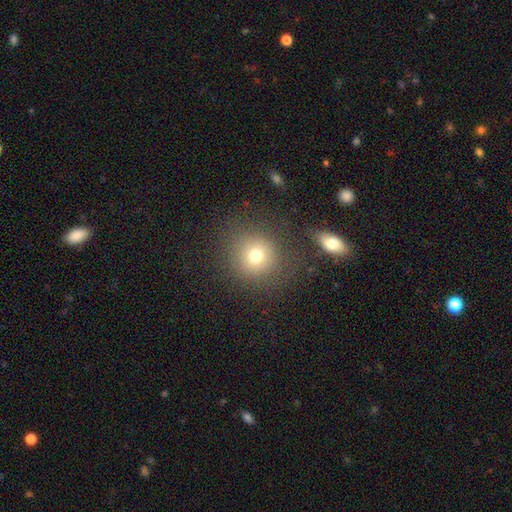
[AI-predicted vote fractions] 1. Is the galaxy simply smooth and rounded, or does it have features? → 74% smooth, 14% star or artifact, 12% featured or disk.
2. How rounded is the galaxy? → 89% round, 10% in between, 1% cigar-shaped.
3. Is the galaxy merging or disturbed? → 79% none, 10% minor disturbance, 6% major disturbance, 5% merger.